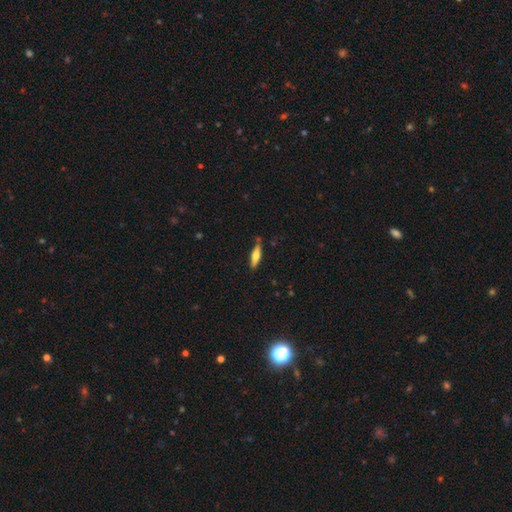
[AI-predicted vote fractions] Smooth or featured?
  - smooth: 56% *
  - featured or disk: 38%
  - star or artifact: 6%
How rounded?
  - cigar-shaped: 75% *
  - in between: 24%
  - round: 2%
Merging?
  - none: 81% *
  - minor disturbance: 14%
  - merger: 3%
  - major disturbance: 3%